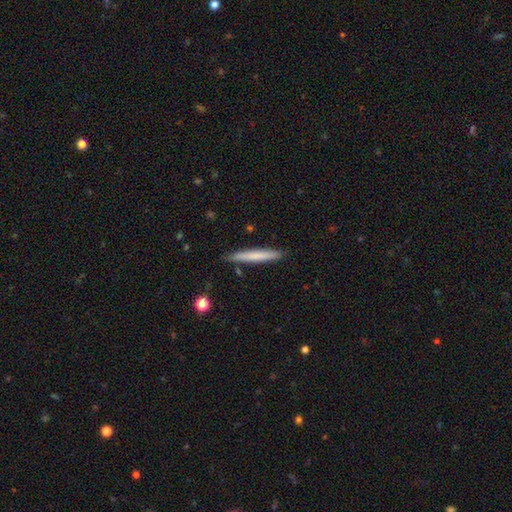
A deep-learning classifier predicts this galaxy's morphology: Smooth or featured?
  - smooth: 68% *
  - featured or disk: 26%
  - star or artifact: 6%
How rounded?
  - cigar-shaped: 96% *
  - in between: 3%
  - round: 1%
Merging?
  - none: 87% *
  - minor disturbance: 9%
  - merger: 2%
  - major disturbance: 2%